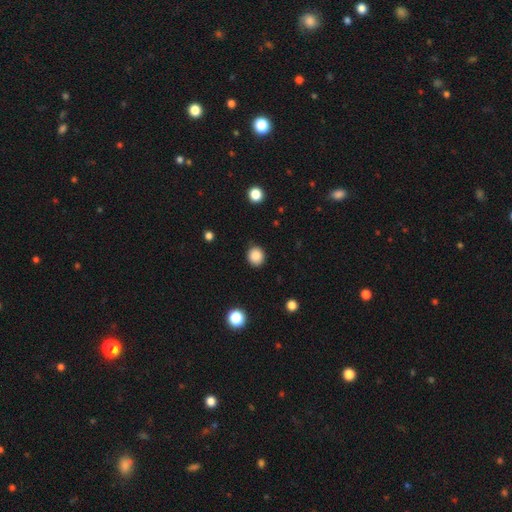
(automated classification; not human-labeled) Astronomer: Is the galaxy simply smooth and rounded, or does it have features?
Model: smooth — 87%.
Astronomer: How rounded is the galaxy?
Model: round — 81%.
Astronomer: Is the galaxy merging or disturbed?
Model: none — 88%.